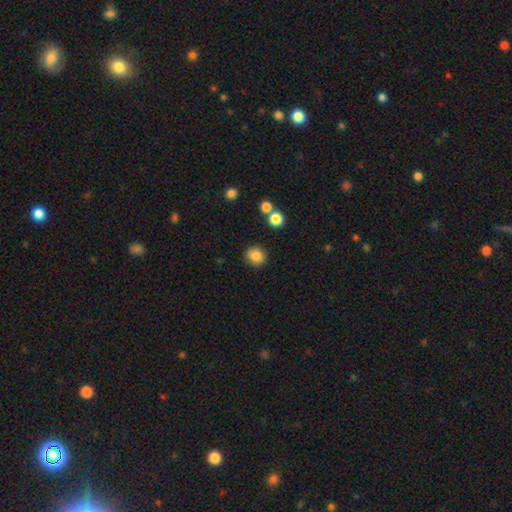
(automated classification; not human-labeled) A smooth galaxy with no disk features (84%) that is round (84%).

Vote fractions:
- Smooth or featured? smooth: 84% / star or artifact: 10% / featured or disk: 6%
- How rounded? round: 84% / in between: 16% / cigar-shaped: 1%
- Merging? none: 86% / minor disturbance: 9% / merger: 3% / major disturbance: 3%